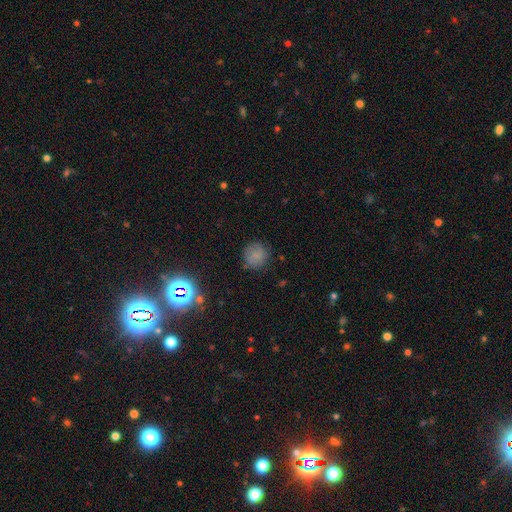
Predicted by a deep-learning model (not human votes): Overall: smooth (76%). How rounded: round (90%). Merging: none (79%).